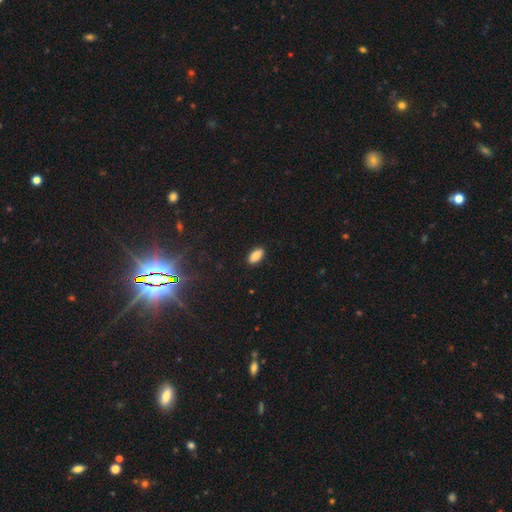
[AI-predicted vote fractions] Overall: smooth (86%). How rounded: in between (90%). Merging: none (89%).